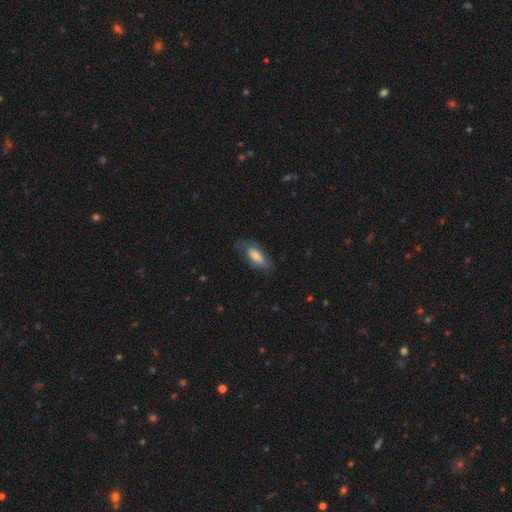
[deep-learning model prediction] smooth 64%, featured or disk 29%, star or artifact 7%. Down the decision tree: how rounded — in between (73%); merging — none (64%).